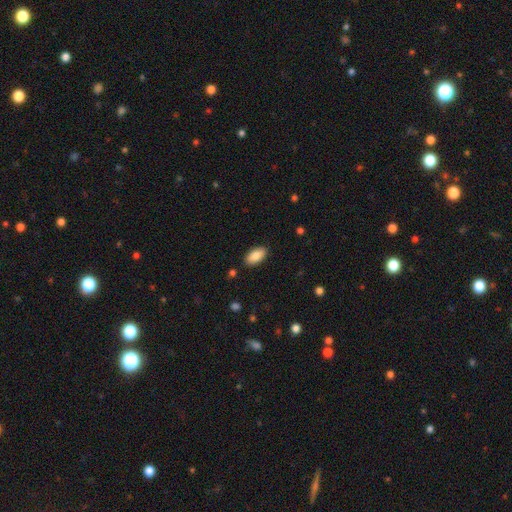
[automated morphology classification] Overall: smooth (86%). How rounded: in between (93%). Merging: none (88%).